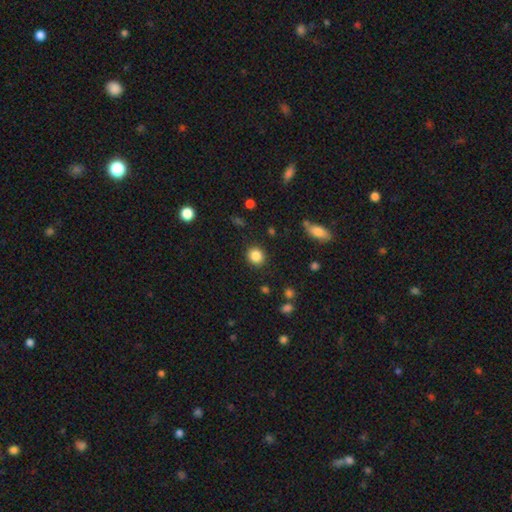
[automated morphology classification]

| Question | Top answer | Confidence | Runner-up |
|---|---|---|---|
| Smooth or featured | smooth | 86% | star or artifact (10%) |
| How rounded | round | 82% | in between (17%) |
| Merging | none | 90% | minor disturbance (6%) |